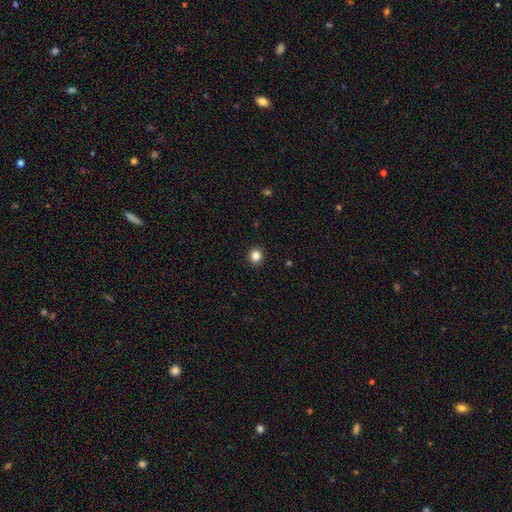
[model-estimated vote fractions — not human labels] Q: Smooth or featured?
A: smooth (84%); runner-up: star or artifact (11%)
Q: How rounded?
A: round (88%); runner-up: in between (11%)
Q: Merging?
A: none (92%); runner-up: minor disturbance (5%)